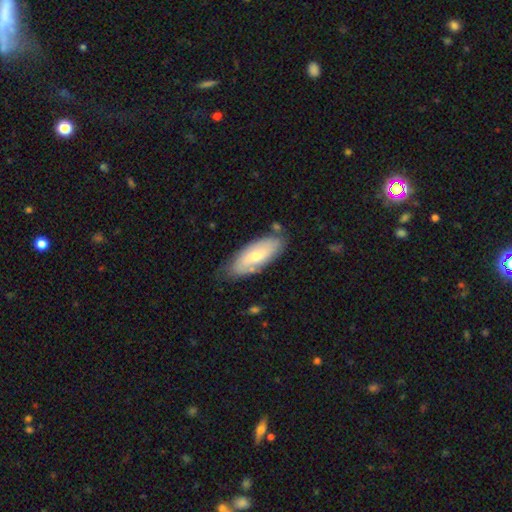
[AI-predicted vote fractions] This is possibly a smooth galaxy (54%). How rounded: likely in between (77%). Merging: likely none (74%).